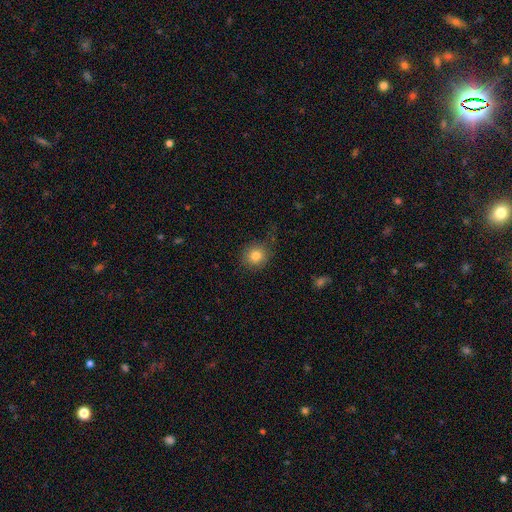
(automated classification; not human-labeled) Smooth or featured? Predicted: smooth (p=0.82). How rounded? Predicted: round (p=0.86). Merging? Predicted: none (p=0.80).